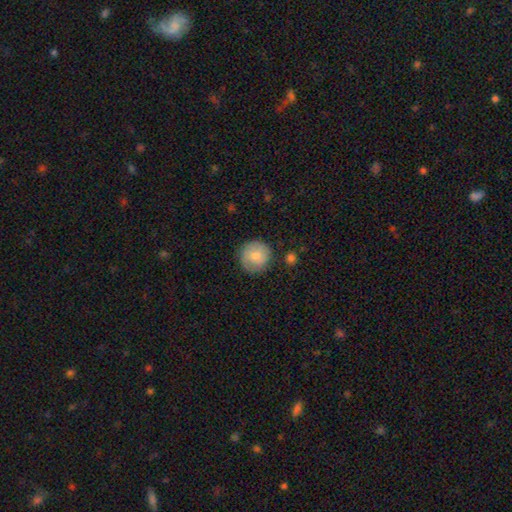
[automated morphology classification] This appears to be a smooth galaxy with no disk features (80%) that is round (95%). Merging: none (81%).